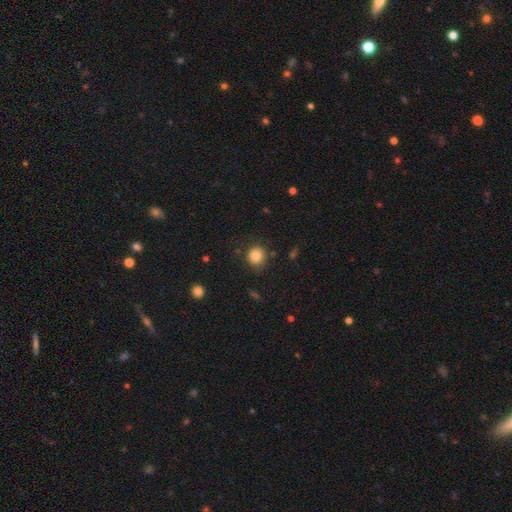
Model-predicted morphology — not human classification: Smooth or featured? Predicted: smooth (p=0.84). How rounded? Predicted: round (p=0.87). Merging? Predicted: none (p=0.82).